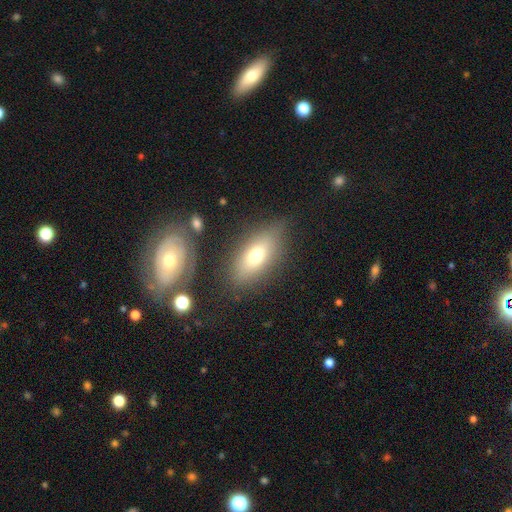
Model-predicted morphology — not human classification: Q: Smooth or featured?
A: smooth (67%); runner-up: featured or disk (24%)
Q: How rounded?
A: in between (81%); runner-up: cigar-shaped (13%)
Q: Merging?
A: none (77%); runner-up: minor disturbance (14%)